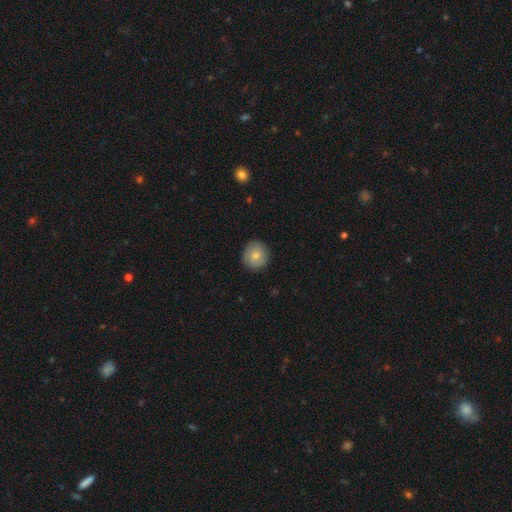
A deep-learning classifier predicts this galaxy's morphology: Smooth or featured: smooth — 75% (featured or disk — 18%)
How rounded: round — 91% (in between — 8%)
Merging: none — 88% (minor disturbance — 9%)